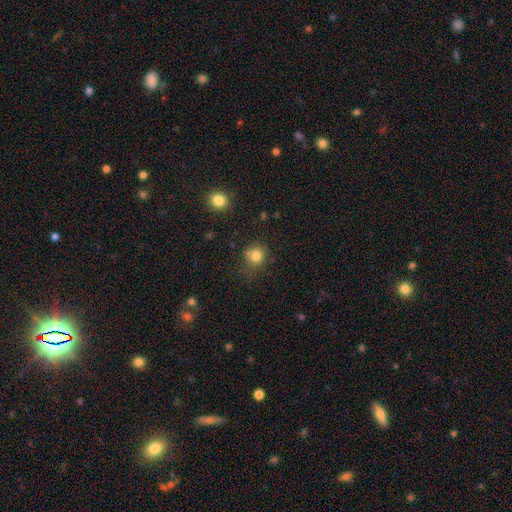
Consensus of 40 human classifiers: Smooth or featured: smooth — 90% (featured or disk — 5%)
How rounded: round — 72% (in between — 28%)
Merging: none — 66% (minor disturbance — 24%)